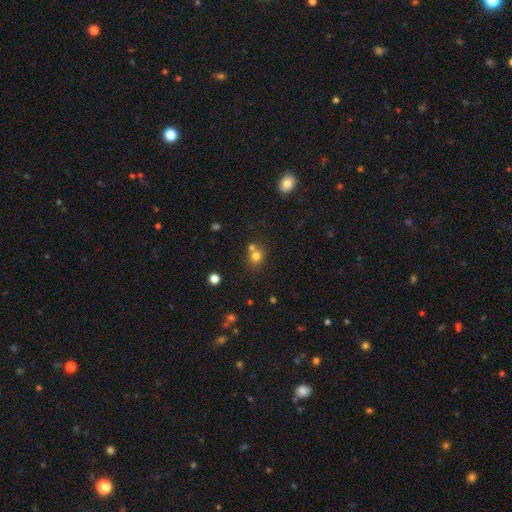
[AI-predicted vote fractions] Smooth or featured? Predicted: smooth (p=0.76). How rounded? Predicted: round (p=0.82). Merging? Predicted: none (p=0.54).